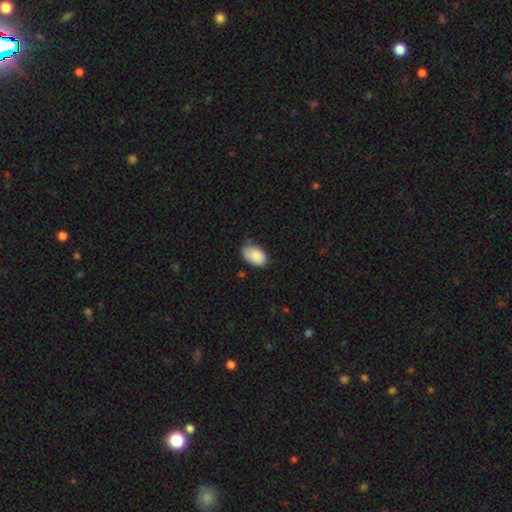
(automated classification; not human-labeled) Q: Smooth or featured?
A: smooth (87%); runner-up: star or artifact (7%)
Q: How rounded?
A: in between (91%); runner-up: round (8%)
Q: Merging?
A: none (62%); runner-up: minor disturbance (31%)